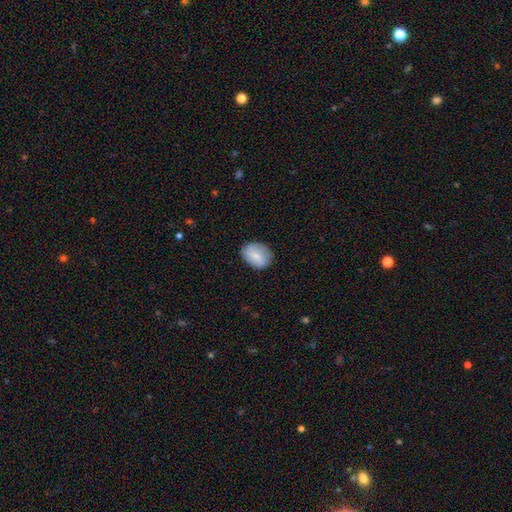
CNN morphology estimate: smooth-or-featured: smooth: 73% | featured or disk: 20% | star or artifact: 7%
  how-rounded: in between: 68% | round: 30% | cigar-shaped: 1%
  merging: none: 82% | minor disturbance: 14% | major disturbance: 3% | merger: 1%